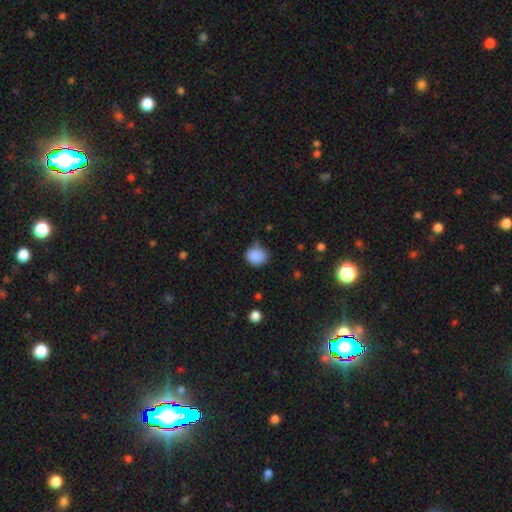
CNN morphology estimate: A smooth galaxy with no disk features (87%) that is round (64%). Merging: none (69%).